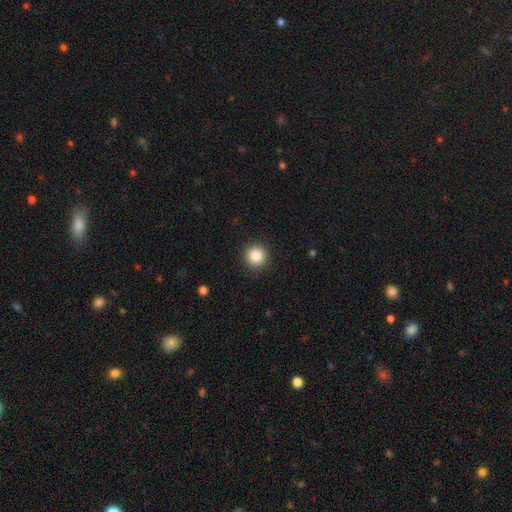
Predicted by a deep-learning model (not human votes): This appears to be a smooth galaxy with no disk features (86%) that is round (95%). Merging: none (92%).